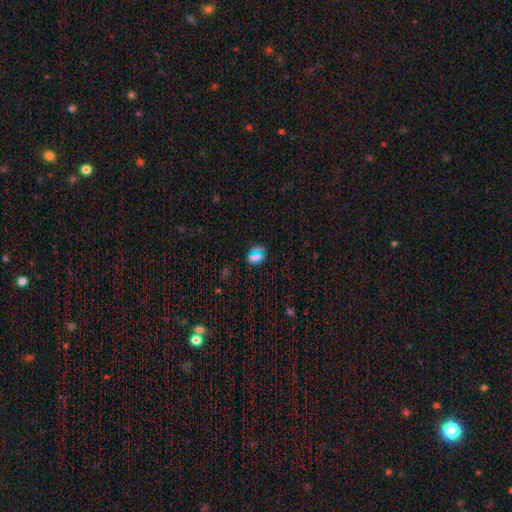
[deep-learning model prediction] smooth_or_featured: smooth (p=0.60) [alt: star or artifact p=0.32]
how_rounded: round (p=0.48) [alt: in between p=0.43]
merging: none (p=0.78) [alt: minor disturbance p=0.13]